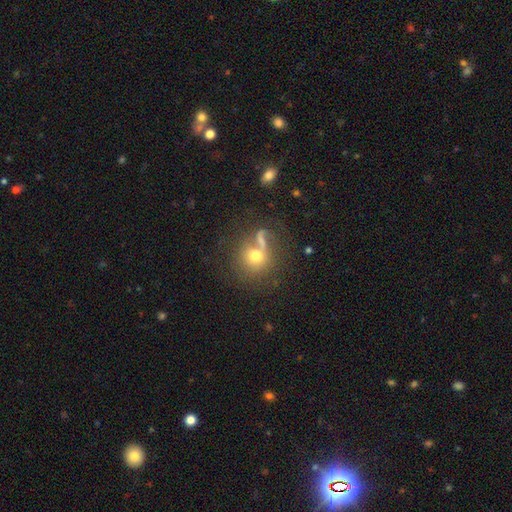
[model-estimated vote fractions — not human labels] The model was most divided on "merging": none: 47%, merger: 26%, major disturbance: 14%, minor disturbance: 13%. More confident: how rounded — round (86%); smooth or featured — smooth (64%).